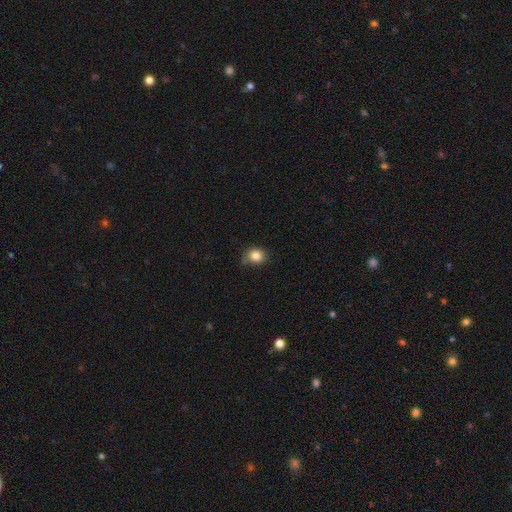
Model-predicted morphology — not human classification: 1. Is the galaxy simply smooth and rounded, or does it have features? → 85% smooth, 10% star or artifact, 5% featured or disk.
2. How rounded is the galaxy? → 65% round, 34% in between, 1% cigar-shaped.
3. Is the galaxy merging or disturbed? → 70% none, 22% minor disturbance, 4% major disturbance, 3% merger.